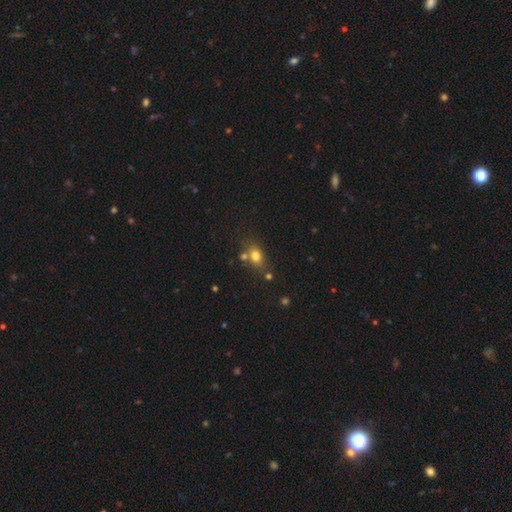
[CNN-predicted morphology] Smooth or featured? smooth (75%)
How rounded? in between (62%)
Merging? none (62%)